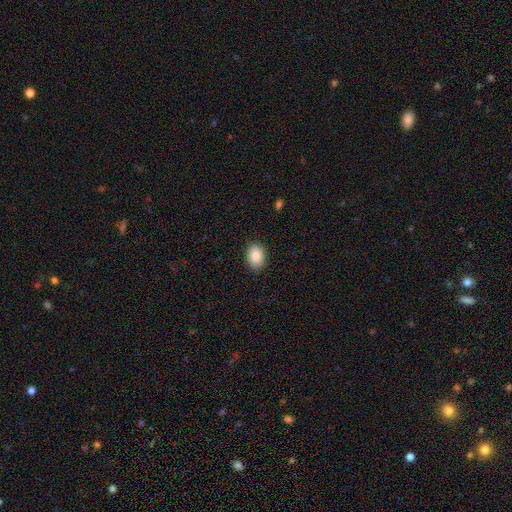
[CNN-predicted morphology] Smooth or featured? smooth (87%)
How rounded? in between (81%)
Merging? none (89%)